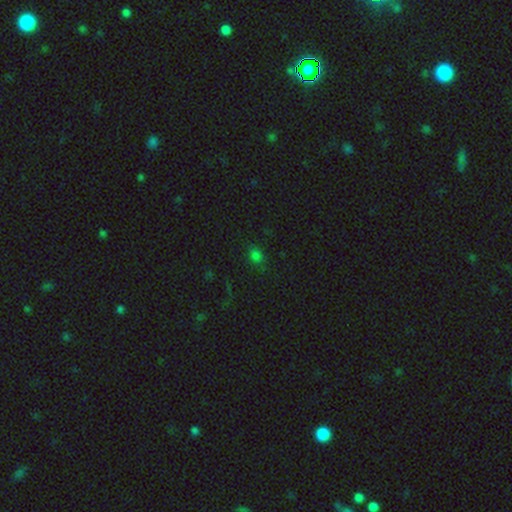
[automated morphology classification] smooth_or_featured: smooth (p=0.68) [alt: star or artifact p=0.27]
how_rounded: in between (p=0.50) [alt: round p=0.48]
merging: none (p=0.79) [alt: minor disturbance p=0.13]